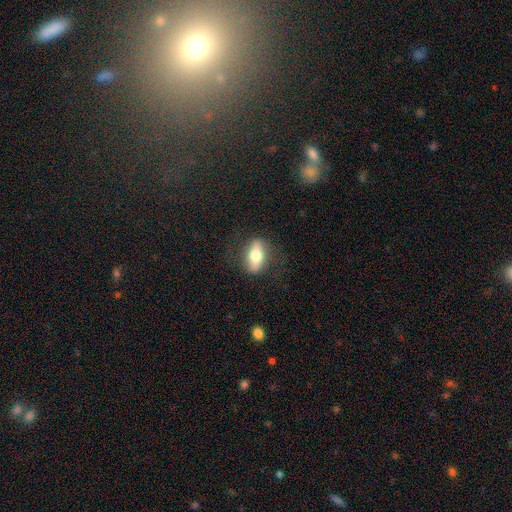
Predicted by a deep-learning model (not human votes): Smooth or featured? Predicted: smooth (p=0.58). How rounded? Predicted: in between (p=0.73). Merging? Predicted: none (p=0.81).